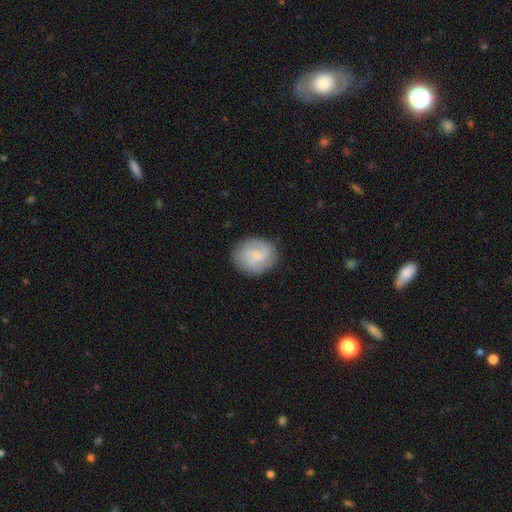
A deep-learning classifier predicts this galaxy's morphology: smooth_or_featured: featured or disk (p=0.58) [alt: smooth p=0.35]
disk_edge_on: no (p=0.98) [alt: yes p=0.02]
bar: no (p=0.52) [alt: weak p=0.43]
has_spiral_arms: yes (p=0.91) [alt: no p=0.09]
spiral_winding: medium (p=0.45) [alt: tight p=0.36]
spiral_arm_count: 2 (p=0.54) [alt: can't tell p=0.20]
bulge_size: small (p=0.64) [alt: moderate p=0.19]
merging: none (p=0.81) [alt: minor disturbance p=0.14]